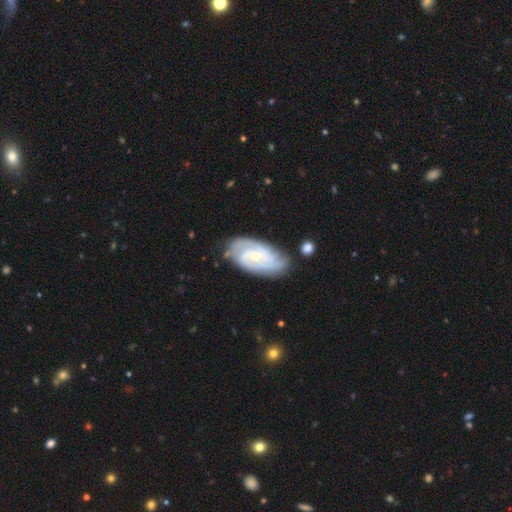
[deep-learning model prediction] This is clearly a featured or disk galaxy (82%). It is clearly not viewed edge-on (96%). Bar: possibly no (46%). Spiral arm pattern: clearly yes (96%). Spiral arm count: marginally 2 (39%). Spiral winding: possibly tight (58%). Central bulge: likely small (73%). Merging: likely none (74%).